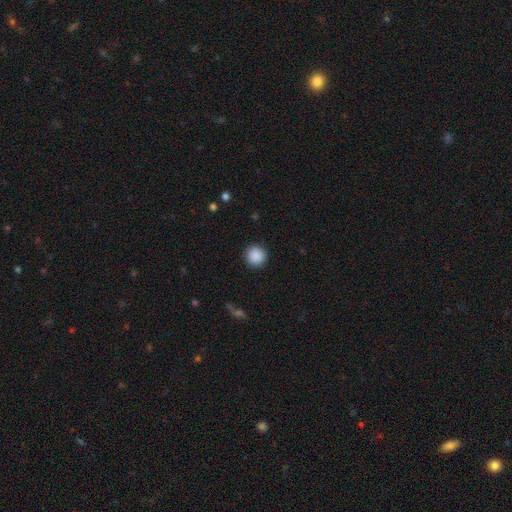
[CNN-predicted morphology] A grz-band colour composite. It shows a smooth galaxy with no disk features (89%) that is round (95%). Merging: none (91%).